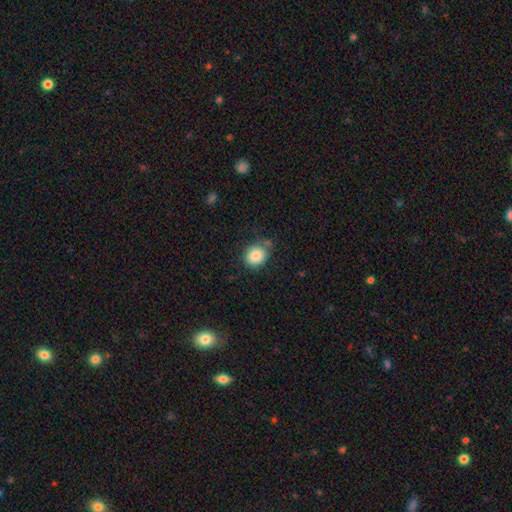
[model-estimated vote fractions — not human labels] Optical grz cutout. It shows a smooth galaxy with no disk features (84%) that is round (75%). Merging: none (73%).